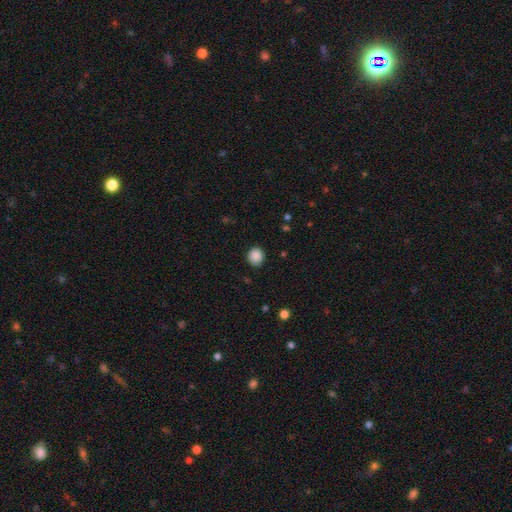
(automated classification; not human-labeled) smooth_or_featured: smooth (p=0.88) [alt: star or artifact p=0.09]
how_rounded: round (p=0.81) [alt: in between p=0.18]
merging: none (p=0.86) [alt: minor disturbance p=0.10]